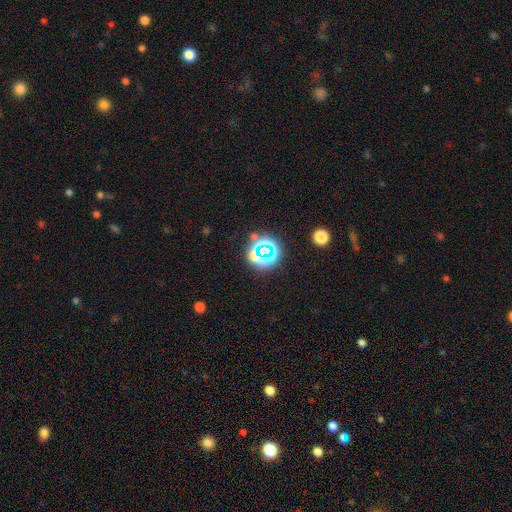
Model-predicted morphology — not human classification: Q: Smooth or featured?
A: star or artifact (67%); runner-up: smooth (23%)